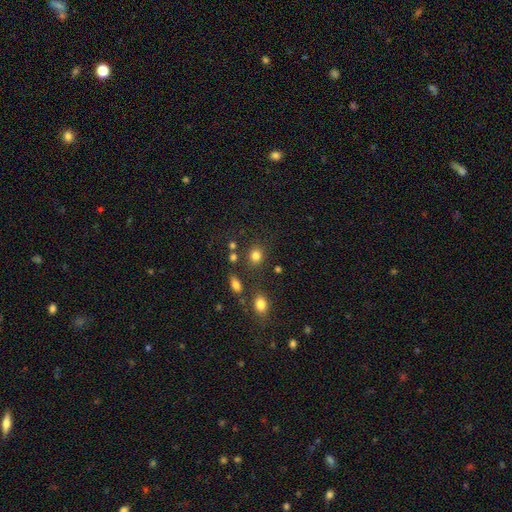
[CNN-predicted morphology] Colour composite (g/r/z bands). It shows a smooth galaxy with no disk features (81%) that is round (74%). Merging: none (77%).